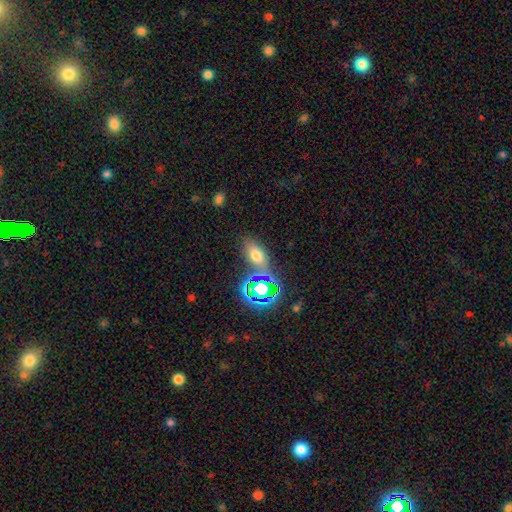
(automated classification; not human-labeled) A smooth galaxy with no disk features (61%) that is in between round and cigar-shaped (81%).

Vote fractions:
- Smooth or featured? smooth: 61% / star or artifact: 25% / featured or disk: 14%
- How rounded? in between: 81% / round: 12% / cigar-shaped: 7%
- Merging? none: 72% / minor disturbance: 13% / merger: 10% / major disturbance: 5%